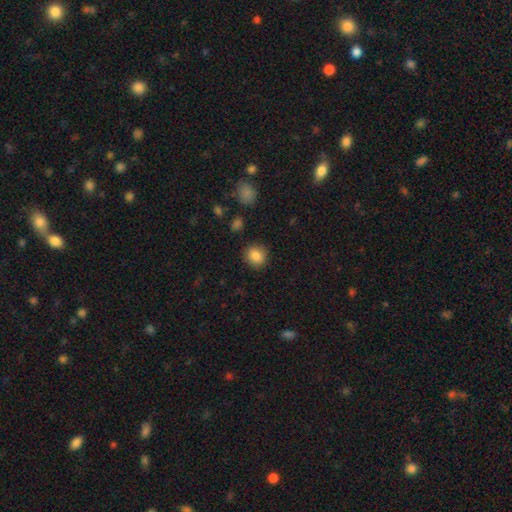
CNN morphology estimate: This is clearly a smooth galaxy (86%). How rounded: likely round (79%). Merging: clearly none (88%).